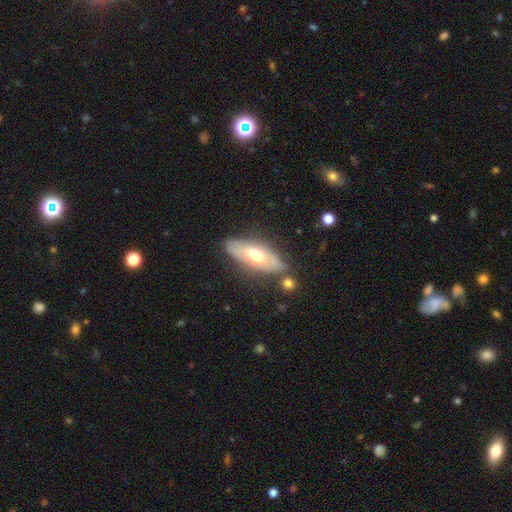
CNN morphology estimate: Q: Smooth or featured?
A: featured or disk (51%); runner-up: smooth (44%)
Q: Edge-on disk?
A: no (66%); runner-up: yes (34%)
Q: Merging?
A: none (73%); runner-up: minor disturbance (17%)